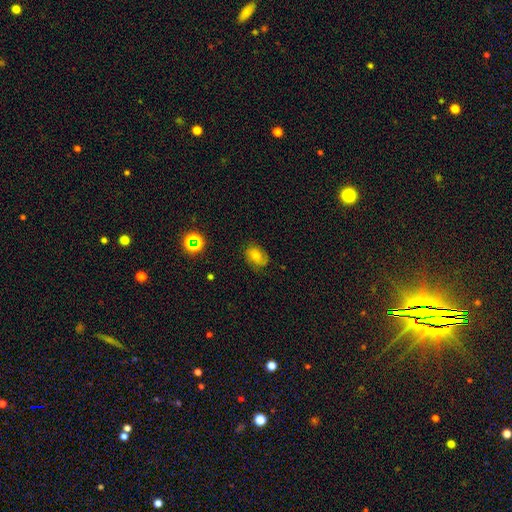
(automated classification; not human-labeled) Smooth or featured: smooth — 59% (featured or disk — 26%)
How rounded: in between — 70% (round — 29%)
Merging: none — 72% (minor disturbance — 21%)